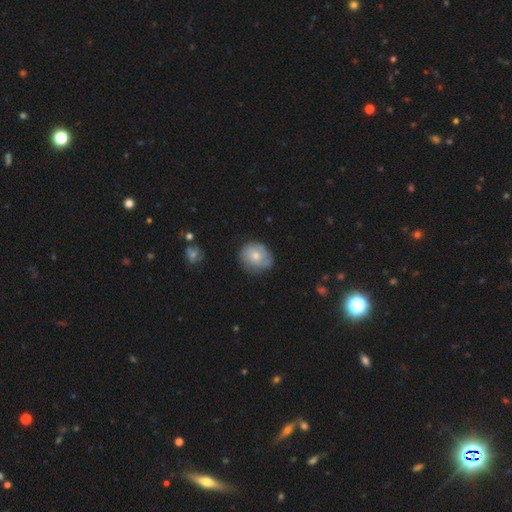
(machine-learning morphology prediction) smooth_or_featured: smooth (p=0.52) [alt: featured or disk p=0.41]
how_rounded: round (p=0.67) [alt: in between p=0.32]
merging: none (p=0.69) [alt: minor disturbance p=0.23]